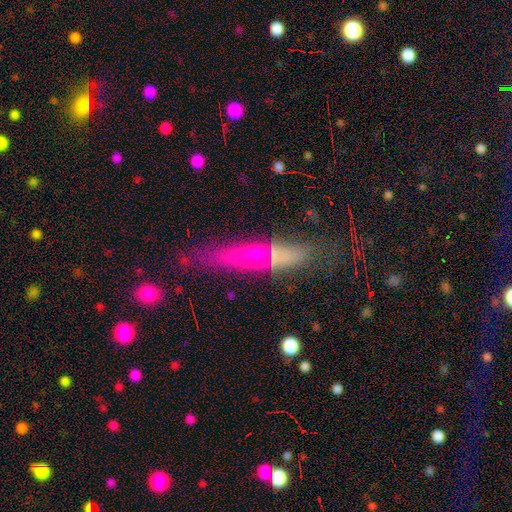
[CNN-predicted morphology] This appears to be a smooth galaxy with no disk features (46%). Merging: none (60%).